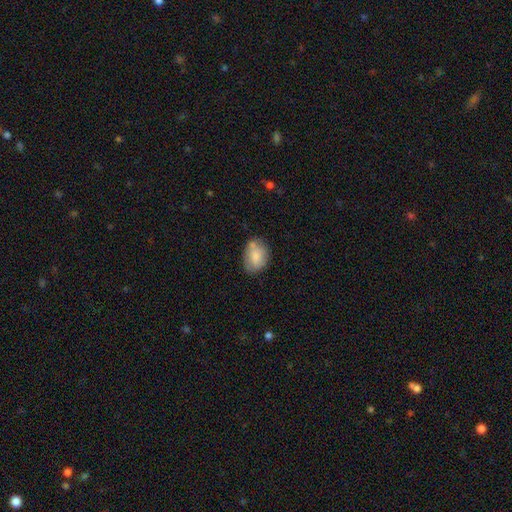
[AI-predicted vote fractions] Q: Smooth or featured?
A: smooth (76%); runner-up: featured or disk (17%)
Q: How rounded?
A: in between (74%); runner-up: round (24%)
Q: Merging?
A: none (61%); runner-up: minor disturbance (24%)